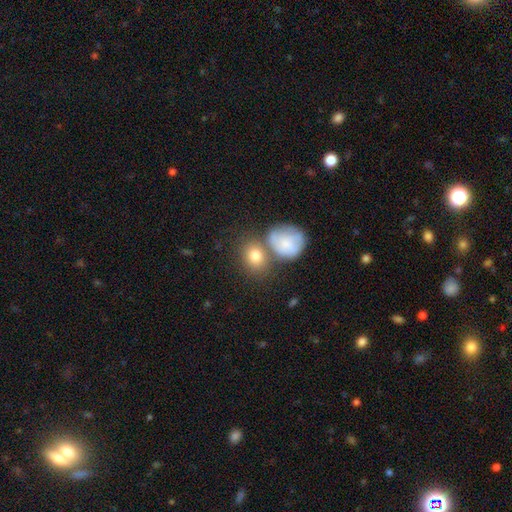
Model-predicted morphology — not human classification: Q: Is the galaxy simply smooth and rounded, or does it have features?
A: smooth — 77%.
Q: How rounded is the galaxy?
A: round — 57%.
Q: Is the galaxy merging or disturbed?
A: none — 51%.